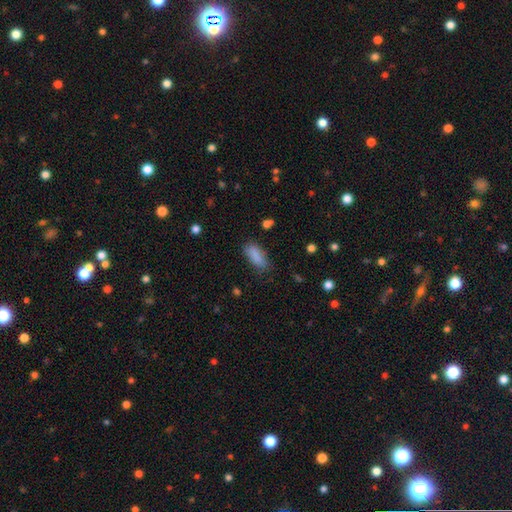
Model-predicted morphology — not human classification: A smooth galaxy with no disk features (86%) that is in between round and cigar-shaped (79%). Merging: none (68%).